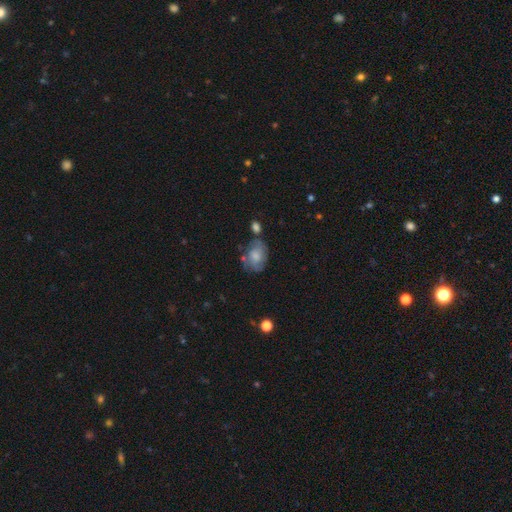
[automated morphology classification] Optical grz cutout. It shows a smooth galaxy with no disk features (56%) that is in between round and cigar-shaped (77%). Merging: none (49%).